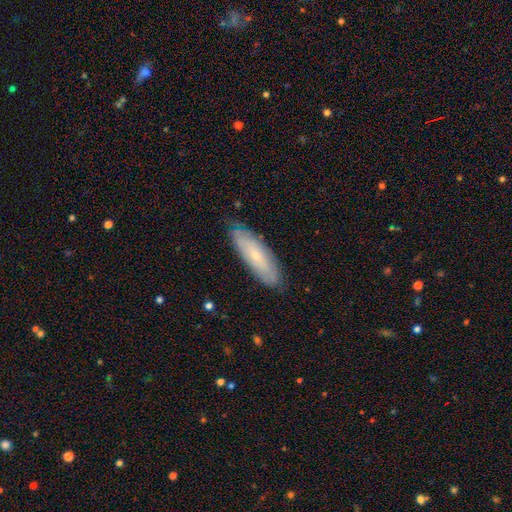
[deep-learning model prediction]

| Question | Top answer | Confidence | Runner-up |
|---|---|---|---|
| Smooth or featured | smooth | 53% | featured or disk (41%) |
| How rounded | in between | 51% | cigar-shaped (47%) |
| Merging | none | 79% | minor disturbance (17%) |